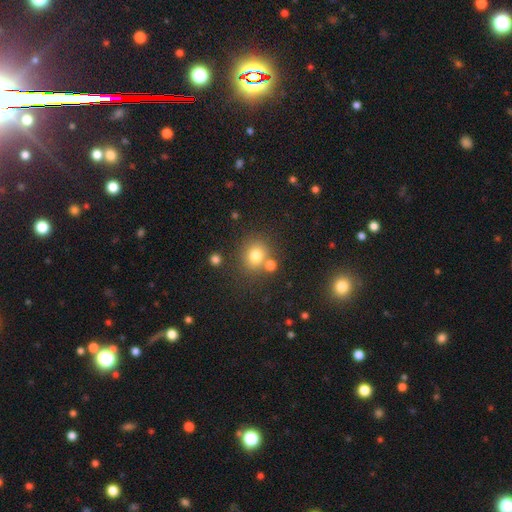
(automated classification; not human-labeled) Smooth or featured? smooth (76%)
How rounded? round (82%)
Merging? none (69%)